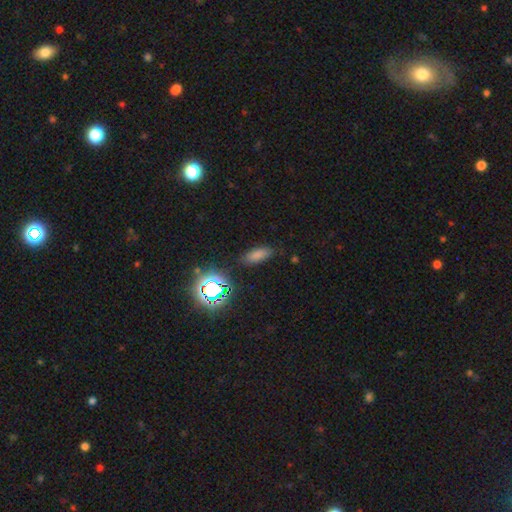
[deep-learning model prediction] Smooth or featured? Predicted: smooth (p=0.68). How rounded? Predicted: in between (p=0.71). Merging? Predicted: none (p=0.84).